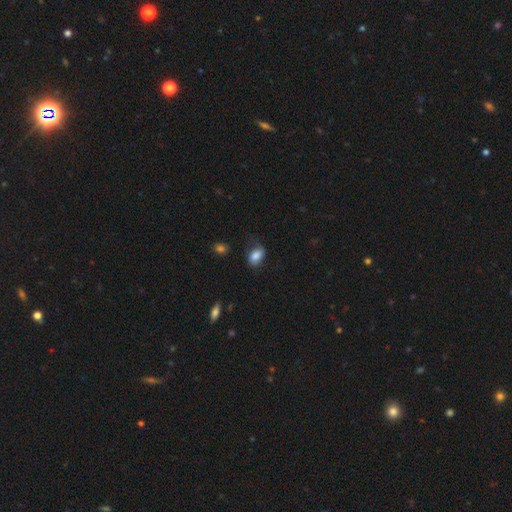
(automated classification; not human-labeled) smooth-or-featured: smooth: 81% | featured or disk: 10% | star or artifact: 8%
  how-rounded: in between: 85% | round: 13% | cigar-shaped: 2%
  merging: none: 60% | minor disturbance: 28% | major disturbance: 10% | merger: 2%